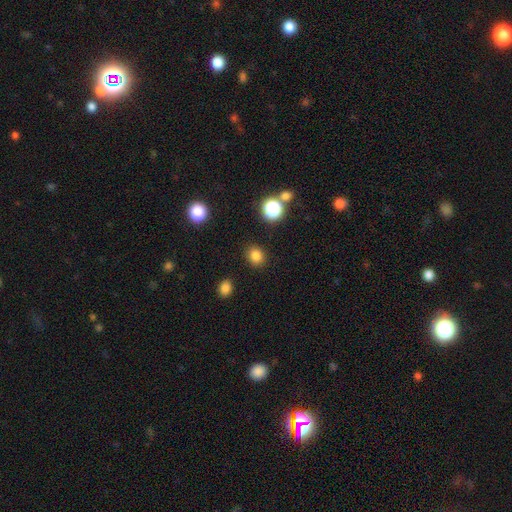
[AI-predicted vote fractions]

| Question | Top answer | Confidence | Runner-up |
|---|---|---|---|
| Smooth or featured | smooth | 81% | star or artifact (14%) |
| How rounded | round | 74% | in between (25%) |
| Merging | none | 89% | minor disturbance (7%) |